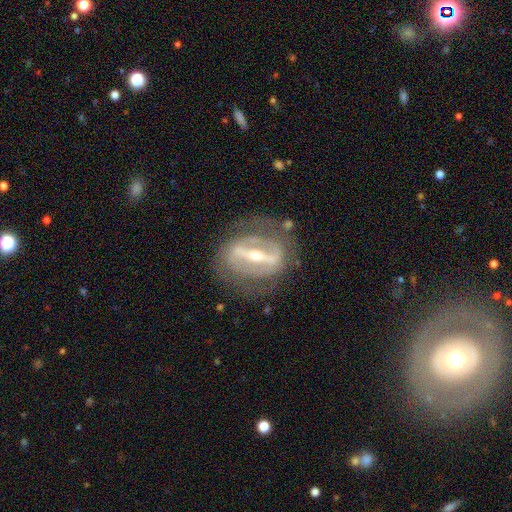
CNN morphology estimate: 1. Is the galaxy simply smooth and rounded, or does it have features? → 86% featured or disk, 8% smooth, 6% star or artifact.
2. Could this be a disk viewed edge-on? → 84% no, 16% yes.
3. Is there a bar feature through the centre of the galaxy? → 87% strong, 9% weak, 4% no.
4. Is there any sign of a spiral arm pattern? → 57% yes, 43% no.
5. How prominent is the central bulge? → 49% moderate, 47% small, 2% large, 1% dominant, 1% none.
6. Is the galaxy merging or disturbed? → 72% none, 15% minor disturbance, 11% major disturbance, 2% merger.